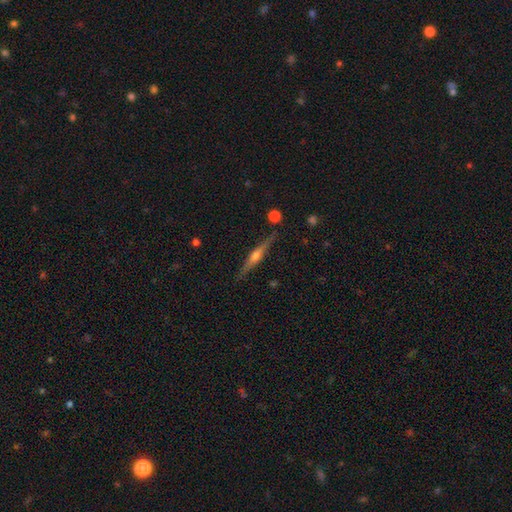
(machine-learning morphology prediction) This appears to be a featured or disk galaxy (68%) viewed edge-on (97%) with a rounded central bulge (83%). Merging: none (87%).